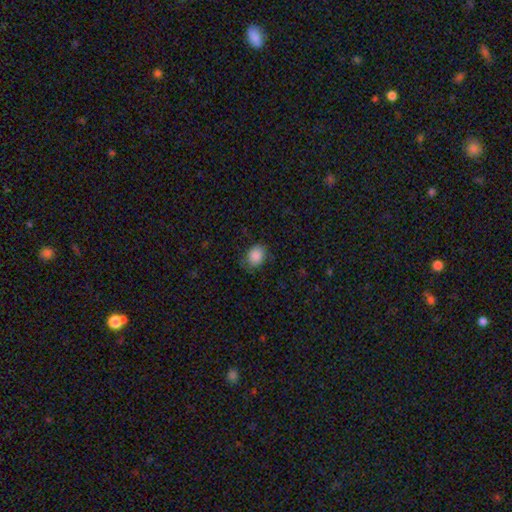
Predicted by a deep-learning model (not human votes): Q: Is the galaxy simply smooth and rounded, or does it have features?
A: smooth — 87%.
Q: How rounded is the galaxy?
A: round — 52%.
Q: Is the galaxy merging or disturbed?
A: none — 72%.